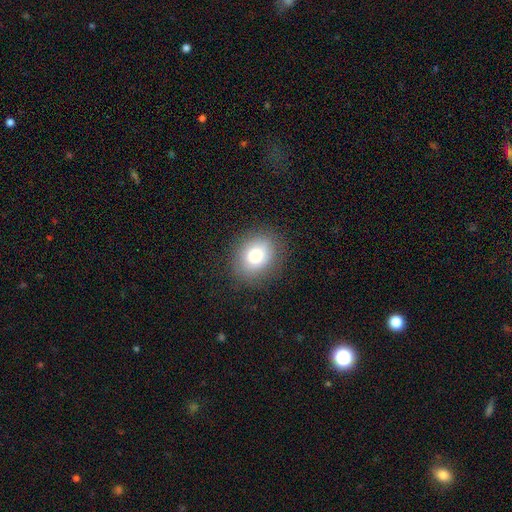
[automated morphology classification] A smooth galaxy with no disk features (77%) that is round (58%).

Vote fractions:
- Smooth or featured? smooth: 77% / featured or disk: 13% / star or artifact: 10%
- How rounded? round: 58% / in between: 41% / cigar-shaped: 1%
- Merging? none: 84% / minor disturbance: 11% / major disturbance: 4% / merger: 1%